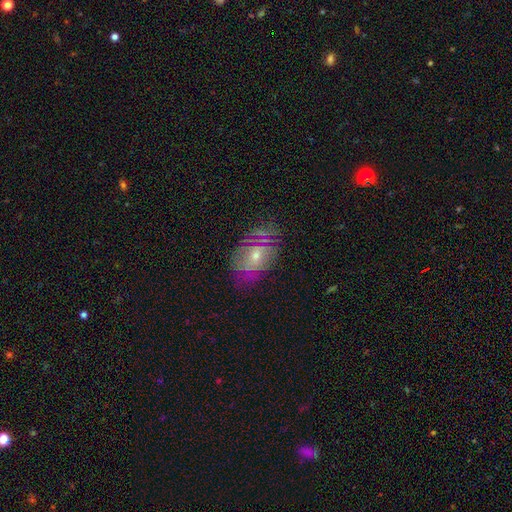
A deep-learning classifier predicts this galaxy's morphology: smooth_or_featured: featured or disk (p=0.57) [alt: smooth p=0.30]
disk_edge_on: no (p=0.92) [alt: yes p=0.08]
bar: no (p=0.71) [alt: weak p=0.24]
has_spiral_arms: yes (p=0.65) [alt: no p=0.35]
bulge_size: small (p=0.55) [alt: moderate p=0.41]
merging: none (p=0.69) [alt: minor disturbance p=0.20]